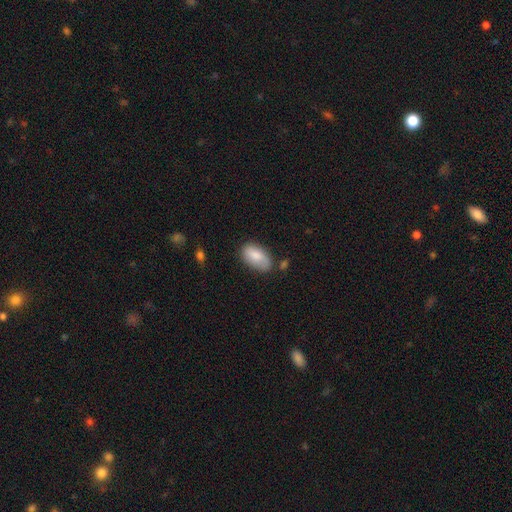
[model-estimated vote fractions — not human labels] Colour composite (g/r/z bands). It shows a smooth galaxy with no disk features (80%) that is in between round and cigar-shaped (94%). Merging: none (68%).